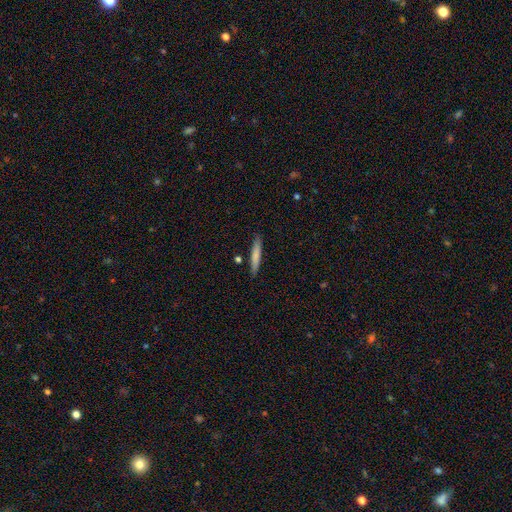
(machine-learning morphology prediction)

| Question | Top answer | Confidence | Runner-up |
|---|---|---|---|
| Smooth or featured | smooth | 75% | featured or disk (19%) |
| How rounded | cigar-shaped | 93% | in between (6%) |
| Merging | none | 86% | minor disturbance (9%) |